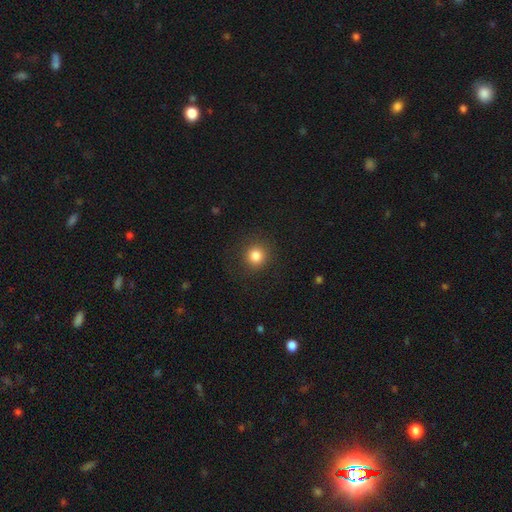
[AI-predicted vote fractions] Q: Smooth or featured?
A: smooth (84%); runner-up: star or artifact (11%)
Q: How rounded?
A: round (93%); runner-up: in between (7%)
Q: Merging?
A: none (89%); runner-up: minor disturbance (7%)